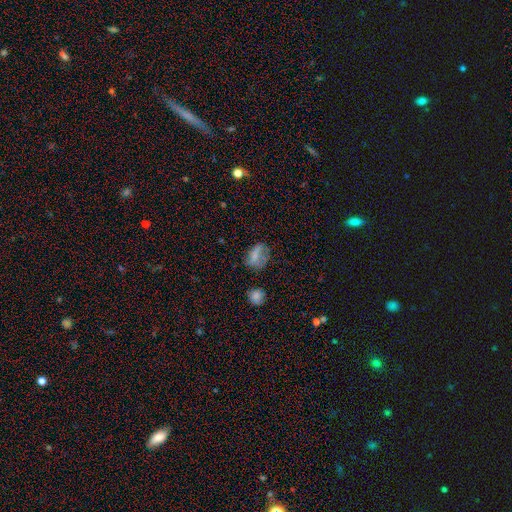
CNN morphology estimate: smooth 67%, featured or disk 17%, star or artifact 16%. Down the decision tree: how rounded — in between (69%); merging — none (48%).